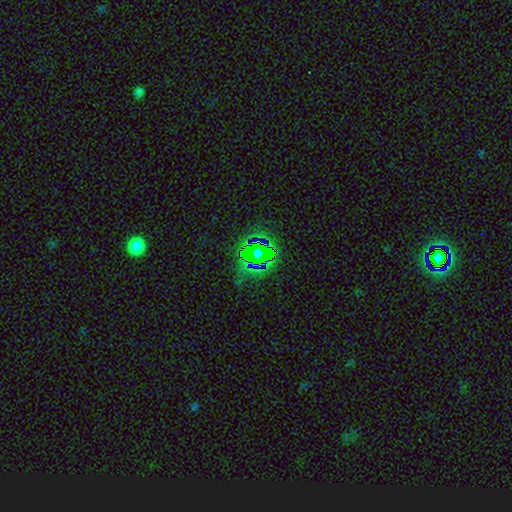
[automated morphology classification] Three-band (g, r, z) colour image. It shows a star or artifact, not a galaxy (69%).